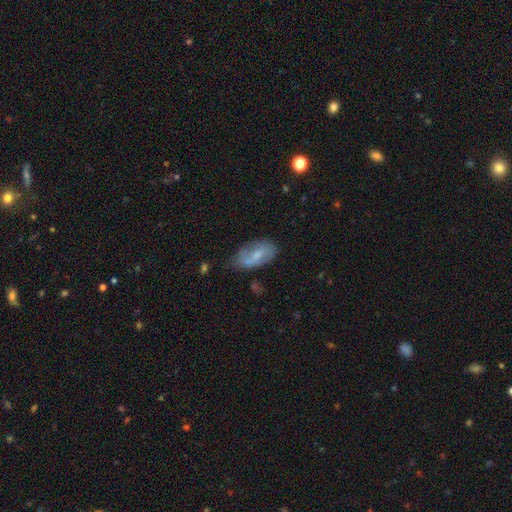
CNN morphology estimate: smooth_or_featured: smooth (p=0.52) [alt: featured or disk p=0.40]
how_rounded: in between (p=0.90) [alt: cigar-shaped p=0.06]
merging: none (p=0.53) [alt: minor disturbance p=0.30]